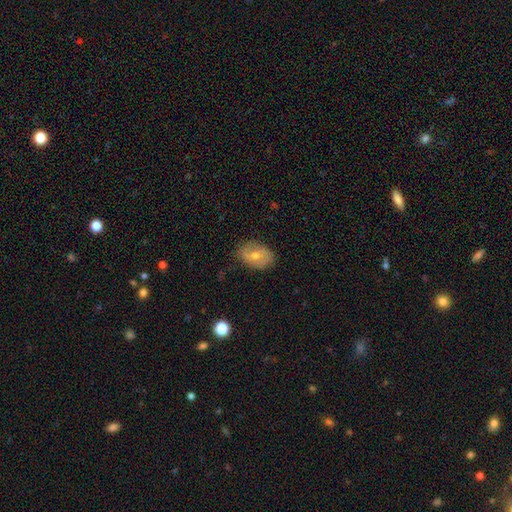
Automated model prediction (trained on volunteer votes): The model was most divided on "smooth or featured": smooth: 48%, featured or disk: 44%, star or artifact: 8%. More confident: merging — none (79%).